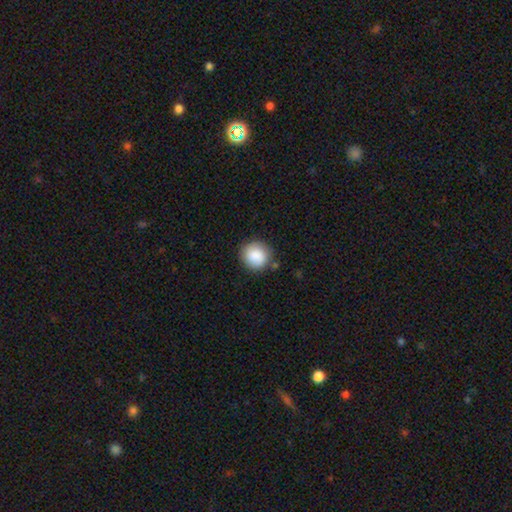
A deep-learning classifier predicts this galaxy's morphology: Q: Smooth or featured?
A: smooth (87%); runner-up: star or artifact (7%)
Q: How rounded?
A: round (90%); runner-up: in between (9%)
Q: Merging?
A: none (82%); runner-up: minor disturbance (12%)